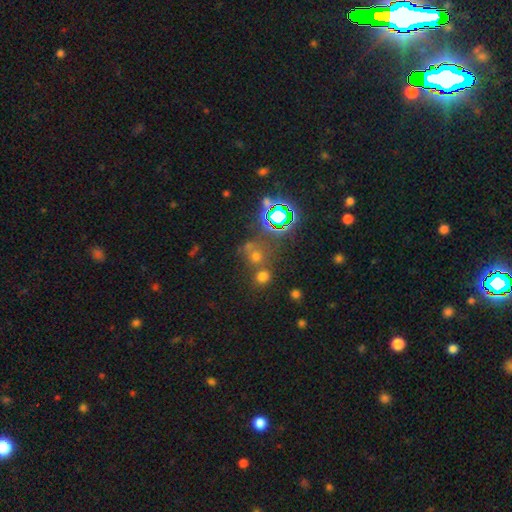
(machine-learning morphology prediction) Smooth or featured?
  - smooth: 51% *
  - star or artifact: 39%
  - featured or disk: 9%
How rounded?
  - round: 82% *
  - in between: 17%
  - cigar-shaped: 1%
Merging?
  - none: 58% *
  - merger: 27%
  - minor disturbance: 9%
  - major disturbance: 5%